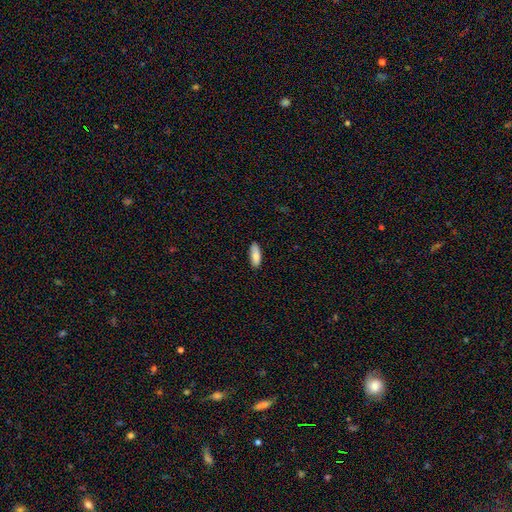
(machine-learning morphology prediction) Smooth or featured?
  - smooth: 85% *
  - featured or disk: 9%
  - star or artifact: 6%
How rounded?
  - in between: 73% *
  - cigar-shaped: 26%
  - round: 2%
Merging?
  - none: 86% *
  - minor disturbance: 11%
  - major disturbance: 2%
  - merger: 1%